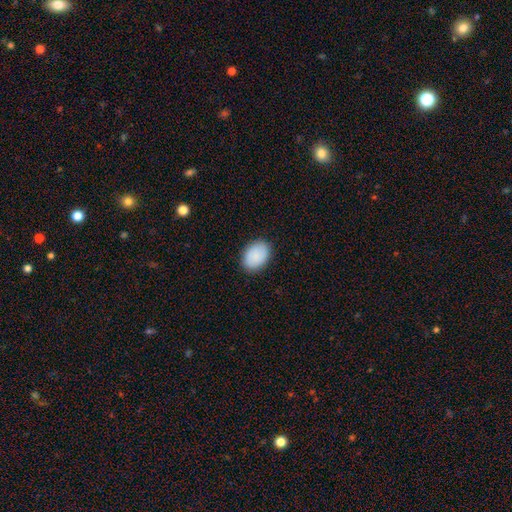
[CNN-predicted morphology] This appears to be a smooth galaxy with no disk features (88%) that is in between round and cigar-shaped (82%). Merging: none (87%).